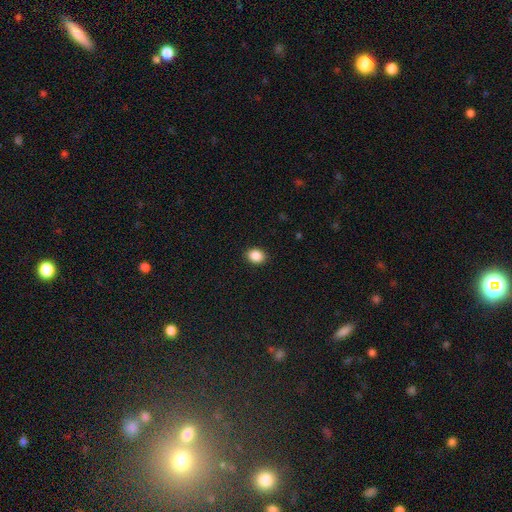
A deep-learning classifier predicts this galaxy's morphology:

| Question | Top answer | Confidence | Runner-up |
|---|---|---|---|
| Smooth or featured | smooth | 88% | star or artifact (9%) |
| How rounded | in between | 54% | round (46%) |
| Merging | none | 91% | minor disturbance (7%) |